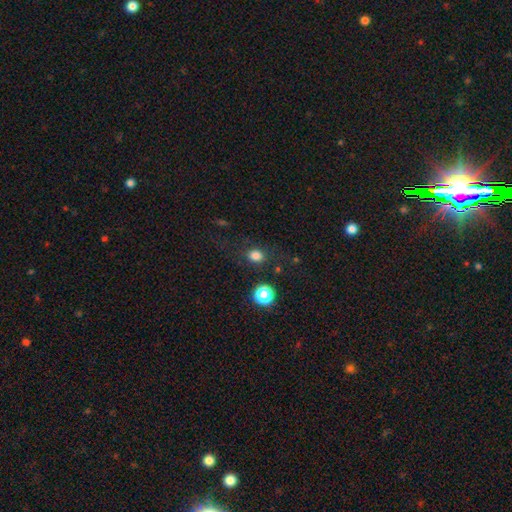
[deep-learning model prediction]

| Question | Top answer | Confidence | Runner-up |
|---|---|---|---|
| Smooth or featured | smooth | 80% | star or artifact (15%) |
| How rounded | round | 56% | in between (43%) |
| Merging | none | 79% | minor disturbance (12%) |